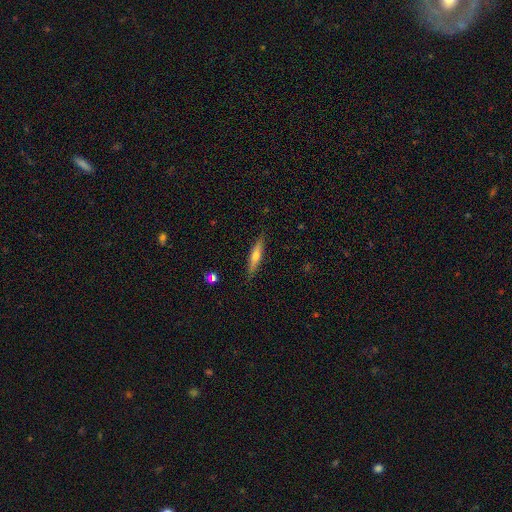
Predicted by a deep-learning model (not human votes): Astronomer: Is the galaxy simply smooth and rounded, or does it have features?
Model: smooth — 48% (runner-up: featured or disk, 46%).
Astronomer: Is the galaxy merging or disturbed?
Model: none — 88%.